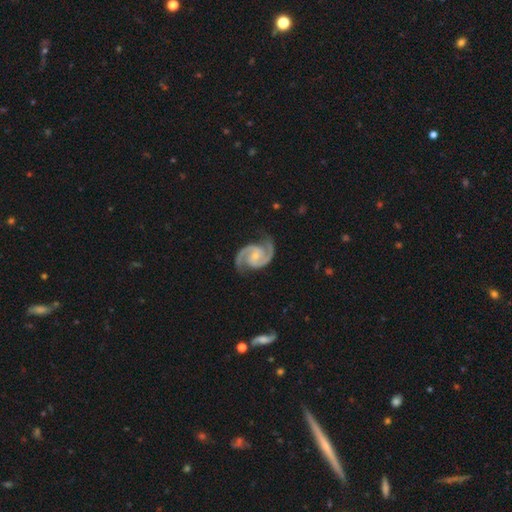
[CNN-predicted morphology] A featured or disk galaxy (94%) with no bar (53%), 2 (94%) medium (65%) spiral arms (99%) and a small central bulge (63%). Merging: none (81%).